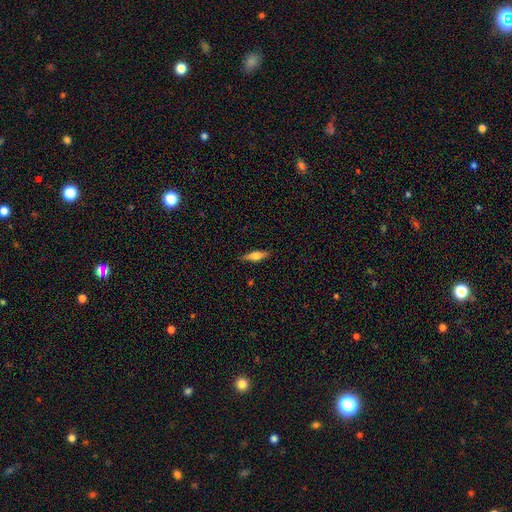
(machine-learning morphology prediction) A smooth galaxy with no disk features (52%) that is cigar-shaped (58%). Merging: none (87%).